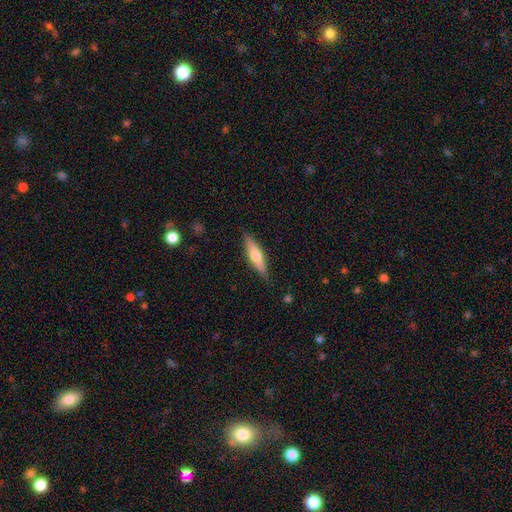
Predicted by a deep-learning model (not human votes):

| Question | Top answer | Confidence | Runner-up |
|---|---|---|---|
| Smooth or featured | smooth | 49% | featured or disk (46%) |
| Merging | none | 87% | minor disturbance (10%) |